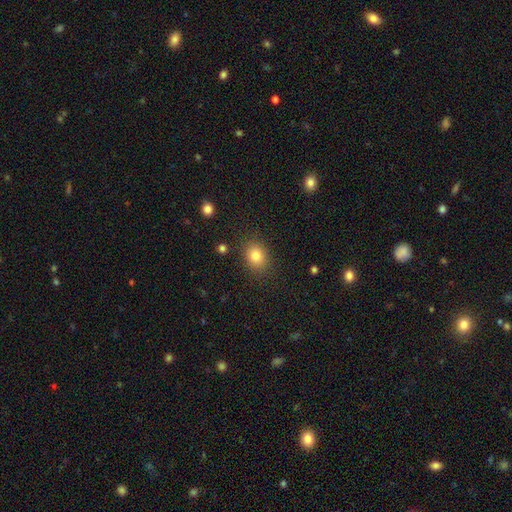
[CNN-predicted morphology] Smooth or featured?
  - smooth: 83% *
  - star or artifact: 11%
  - featured or disk: 6%
How rounded?
  - round: 52% *
  - in between: 47%
  - cigar-shaped: 1%
Merging?
  - none: 85% *
  - minor disturbance: 10%
  - major disturbance: 3%
  - merger: 2%